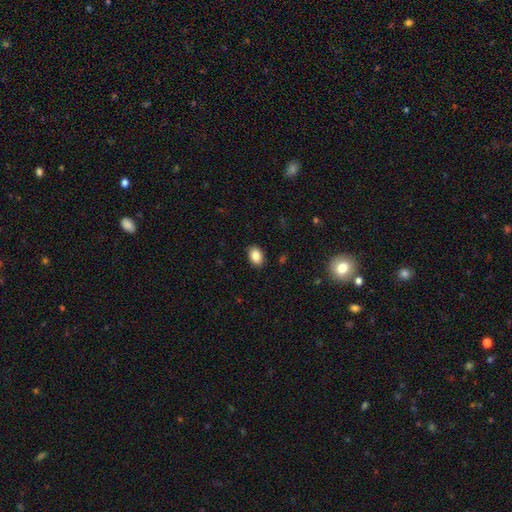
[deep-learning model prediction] smooth 86%, star or artifact 8%, featured or disk 6%. Down the decision tree: how rounded — in between (80%); merging — none (89%).